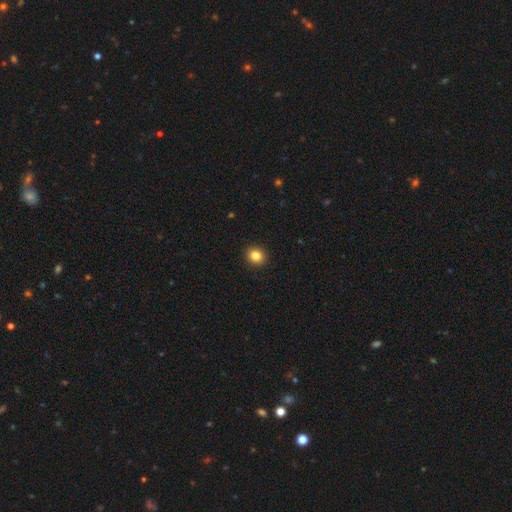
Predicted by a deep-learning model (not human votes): Q: Smooth or featured?
A: smooth (85%); runner-up: star or artifact (11%)
Q: How rounded?
A: round (74%); runner-up: in between (25%)
Q: Merging?
A: none (92%); runner-up: minor disturbance (5%)